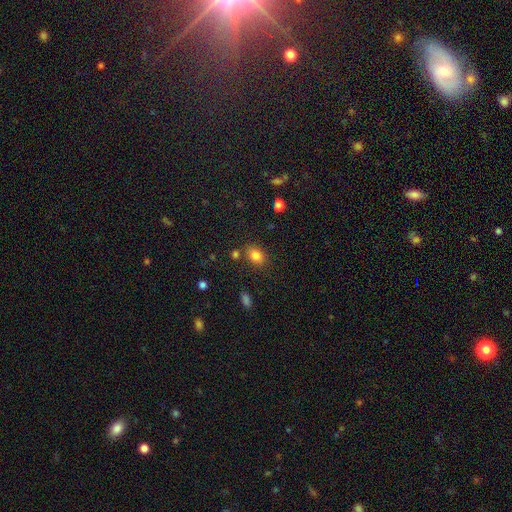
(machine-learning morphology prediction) A smooth galaxy with no disk features (83%) that is in between round and cigar-shaped (70%).

Vote fractions:
- Smooth or featured? smooth: 83% / star or artifact: 11% / featured or disk: 7%
- How rounded? in between: 70% / round: 29% / cigar-shaped: 1%
- Merging? none: 76% / minor disturbance: 13% / merger: 7% / major disturbance: 4%